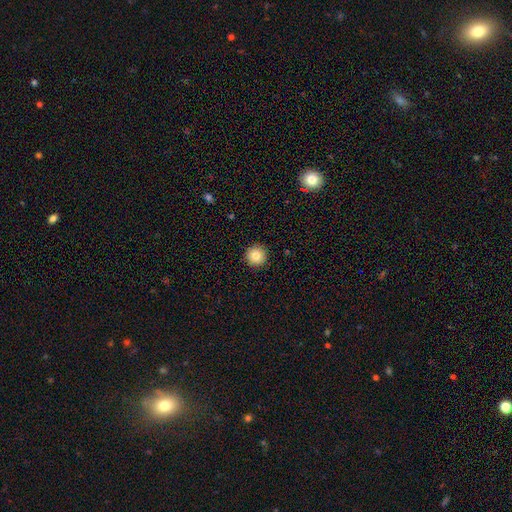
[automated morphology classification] This is clearly a smooth galaxy (82%). How rounded: clearly round (96%). Merging: clearly none (92%).